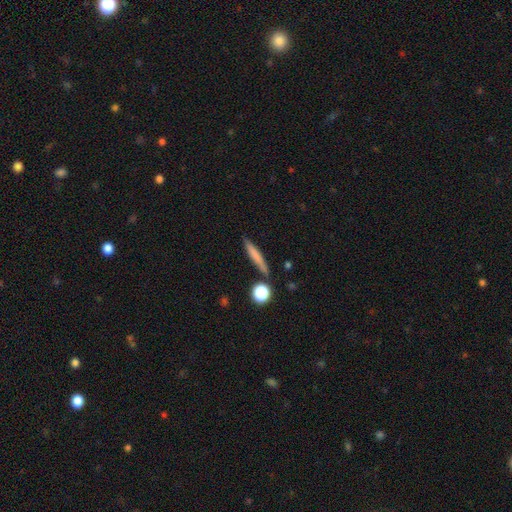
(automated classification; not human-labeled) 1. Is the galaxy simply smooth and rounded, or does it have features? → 68% smooth, 25% featured or disk, 8% star or artifact.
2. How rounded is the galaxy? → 89% cigar-shaped, 7% in between, 4% round.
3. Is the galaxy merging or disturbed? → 83% none, 10% minor disturbance, 5% merger, 3% major disturbance.